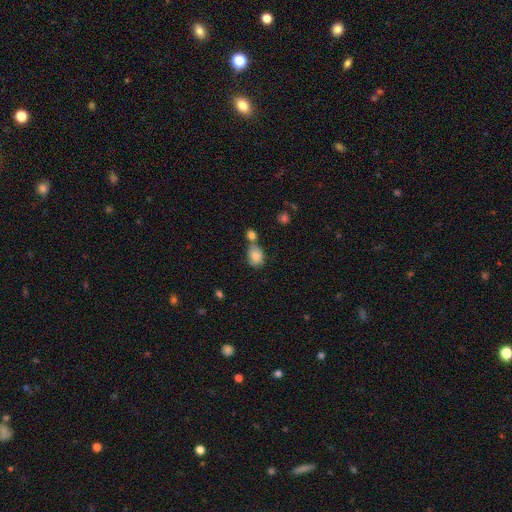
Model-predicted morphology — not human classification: smooth_or_featured: smooth (p=0.83) [alt: star or artifact p=0.09]
how_rounded: in between (p=0.51) [alt: round p=0.47]
merging: none (p=0.47) [alt: merger p=0.33]